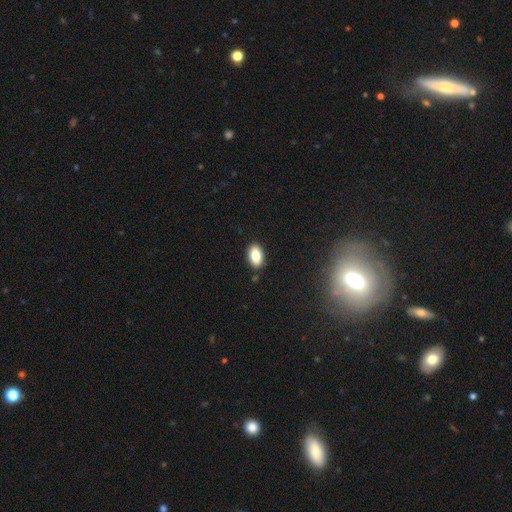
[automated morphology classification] Smooth or featured? Predicted: smooth (p=0.84). How rounded? Predicted: in between (p=0.92). Merging? Predicted: none (p=0.88).